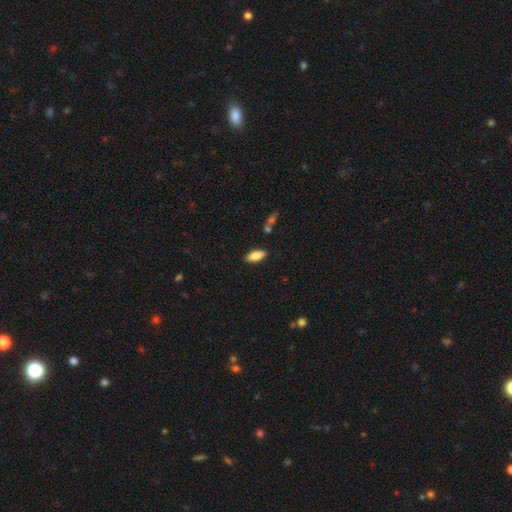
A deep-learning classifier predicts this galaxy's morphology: smooth 78%, featured or disk 15%, star or artifact 7%. Down the decision tree: how rounded — in between (82%); merging — none (86%).